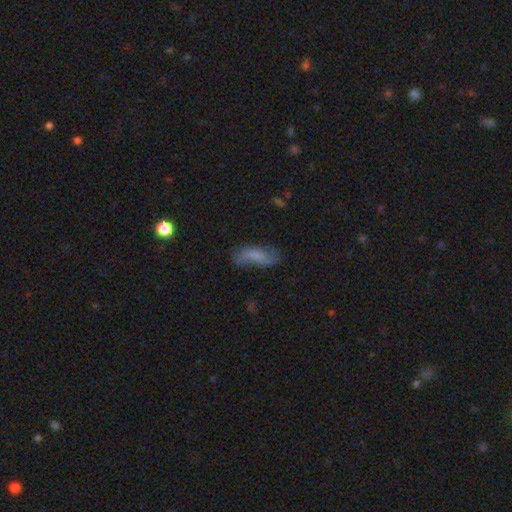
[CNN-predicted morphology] Smooth or featured: smooth — 59% (featured or disk — 31%)
How rounded: in between — 73% (cigar-shaped — 24%)
Merging: none — 58% (minor disturbance — 26%)